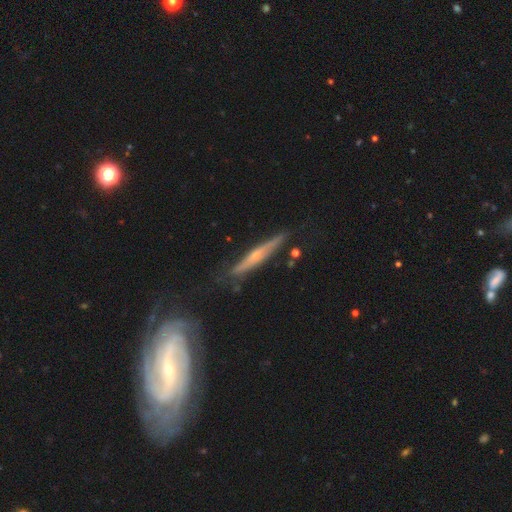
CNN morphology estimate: The model was most divided on "edge-on bulge": rounded: 63%, none: 32%, boxy: 6%. More confident: edge-on disk — yes (93%); merging — none (78%); smooth or featured — featured or disk (67%).